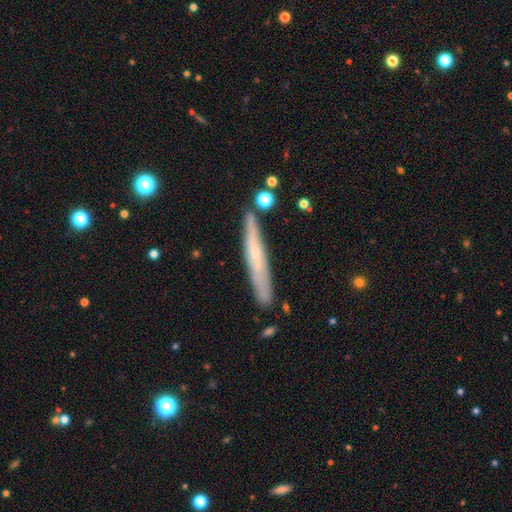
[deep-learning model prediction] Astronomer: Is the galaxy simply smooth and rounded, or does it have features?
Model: featured or disk — 54% (runner-up: smooth, 39%).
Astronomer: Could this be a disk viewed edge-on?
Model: yes — 87%.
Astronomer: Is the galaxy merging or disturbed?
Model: none — 83%.